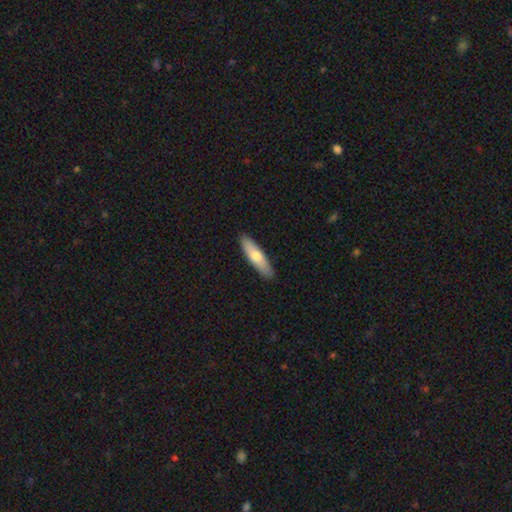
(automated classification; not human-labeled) Q: Smooth or featured?
A: smooth (71%); runner-up: featured or disk (24%)
Q: How rounded?
A: cigar-shaped (65%); runner-up: in between (34%)
Q: Merging?
A: none (89%); runner-up: minor disturbance (8%)